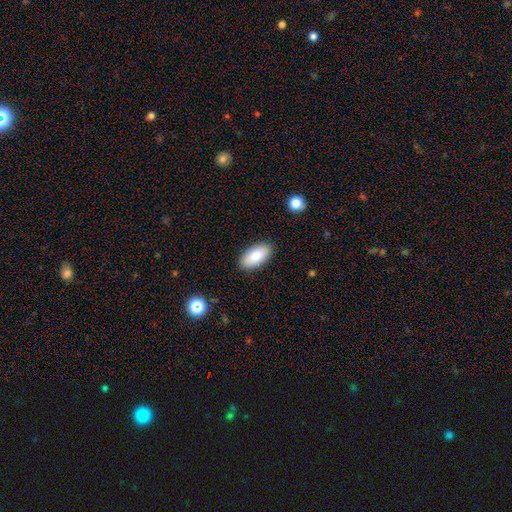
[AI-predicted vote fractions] Smooth or featured?
  - smooth: 80% *
  - featured or disk: 13%
  - star or artifact: 7%
How rounded?
  - in between: 93% *
  - cigar-shaped: 4%
  - round: 3%
Merging?
  - none: 88% *
  - minor disturbance: 9%
  - major disturbance: 2%
  - merger: 1%